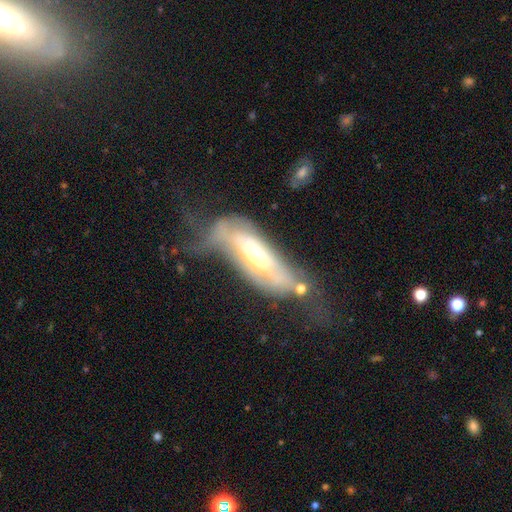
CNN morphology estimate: smooth_or_featured: featured or disk (p=0.63) [alt: smooth p=0.30]
disk_edge_on: no (p=0.75) [alt: yes p=0.25]
merging: major disturbance (p=0.38) [alt: none p=0.27]